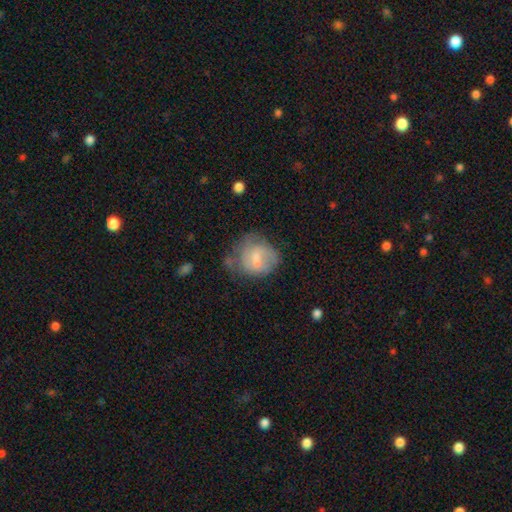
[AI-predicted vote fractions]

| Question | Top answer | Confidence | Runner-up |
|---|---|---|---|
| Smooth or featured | smooth | 55% | featured or disk (36%) |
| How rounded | round | 67% | in between (32%) |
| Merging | none | 42% | minor disturbance (29%) |